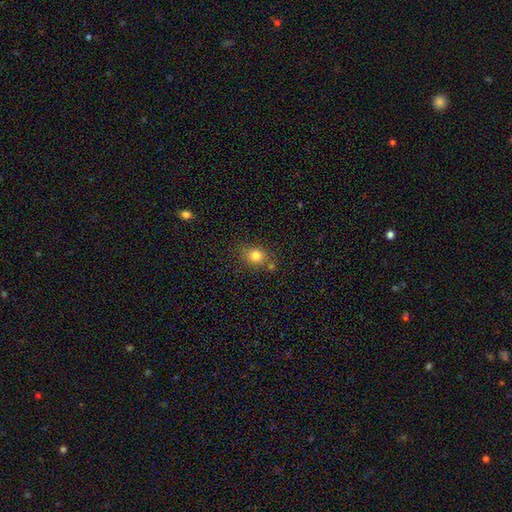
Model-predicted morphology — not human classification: Smooth or featured? smooth (80%)
How rounded? round (66%)
Merging? none (72%)